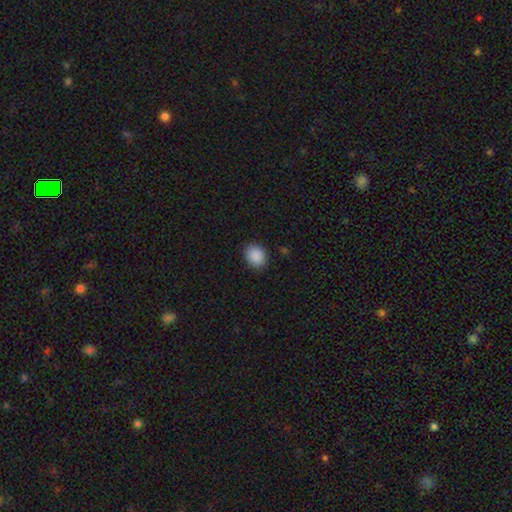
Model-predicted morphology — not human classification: Smooth or featured? Predicted: smooth (p=0.89). How rounded? Predicted: round (p=0.60). Merging? Predicted: none (p=0.88).